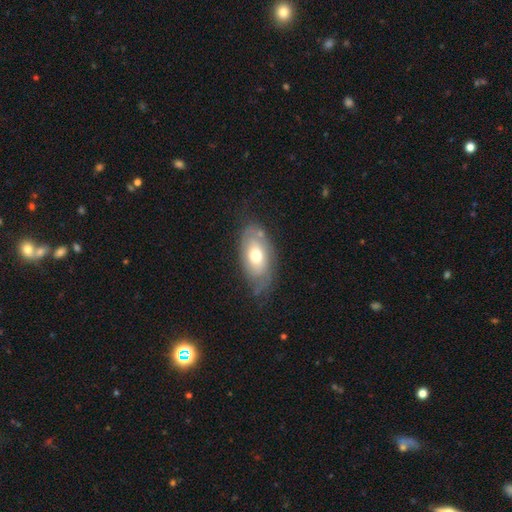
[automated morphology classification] This is possibly a smooth galaxy (52%). How rounded: clearly in between (91%). Merging: possibly none (59%).